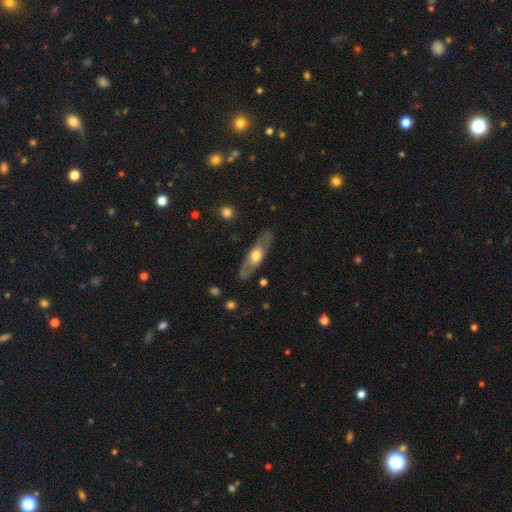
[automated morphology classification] type=featured or disk (54%); edge-on=yes (61%); merging=none (82%).